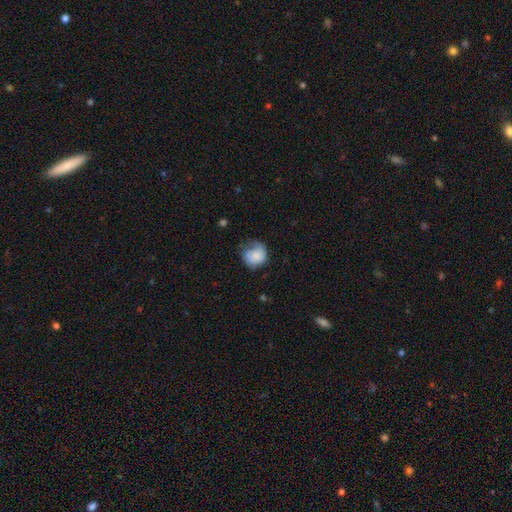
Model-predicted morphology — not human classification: Q: Smooth or featured?
A: smooth (75%); runner-up: featured or disk (17%)
Q: How rounded?
A: round (77%); runner-up: in between (22%)
Q: Merging?
A: none (43%); runner-up: minor disturbance (35%)